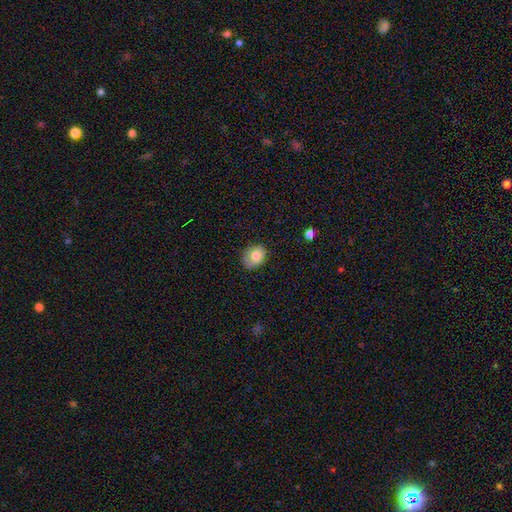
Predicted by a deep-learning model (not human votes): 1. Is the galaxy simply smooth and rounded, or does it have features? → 78% smooth, 13% featured or disk, 9% star or artifact.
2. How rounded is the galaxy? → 53% in between, 46% round, 1% cigar-shaped.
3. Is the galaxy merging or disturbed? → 68% none, 25% minor disturbance, 6% major disturbance, 1% merger.